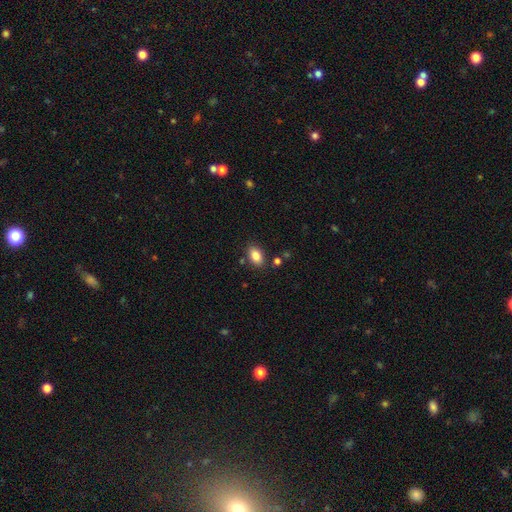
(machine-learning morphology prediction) type=smooth (85%); roundness=in between (88%); merging=none (82%).